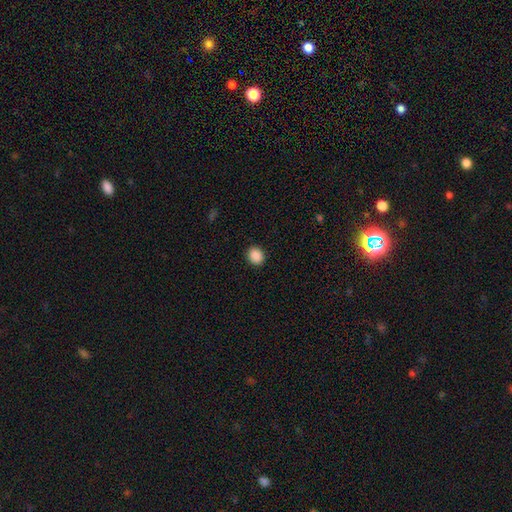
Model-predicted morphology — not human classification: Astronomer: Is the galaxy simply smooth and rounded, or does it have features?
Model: smooth — 89%.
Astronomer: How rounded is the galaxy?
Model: round — 73%.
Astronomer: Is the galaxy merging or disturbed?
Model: none — 90%.